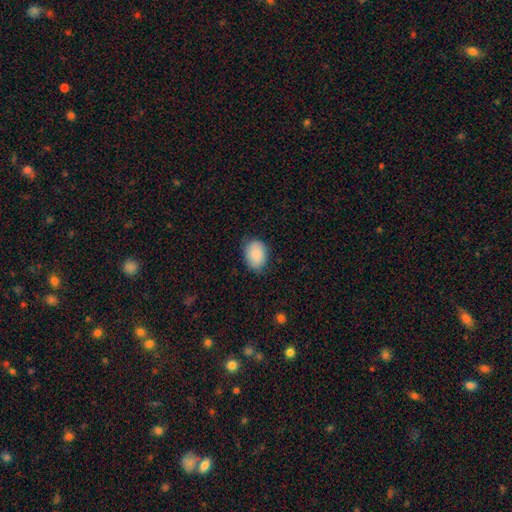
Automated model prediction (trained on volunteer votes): Q: Smooth or featured?
A: smooth (88%); runner-up: star or artifact (7%)
Q: How rounded?
A: in between (74%); runner-up: round (25%)
Q: Merging?
A: none (76%); runner-up: minor disturbance (20%)